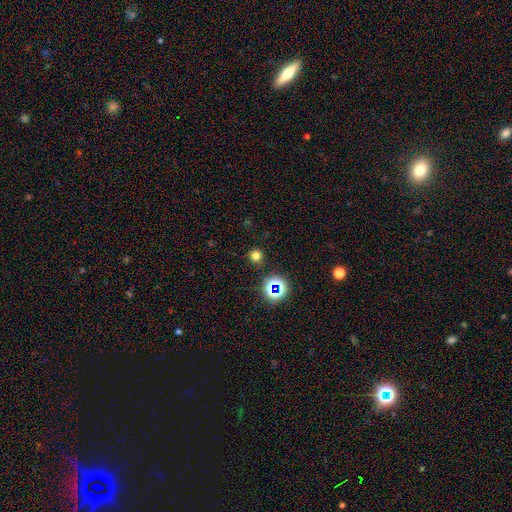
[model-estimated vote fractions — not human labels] Smooth or featured? Predicted: smooth (p=0.71). How rounded? Predicted: round (p=0.93). Merging? Predicted: none (p=0.88).